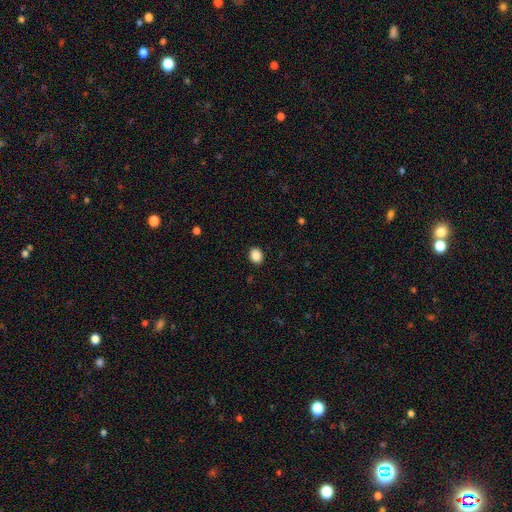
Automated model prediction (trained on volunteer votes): Overall: smooth (88%). How rounded: round (53%; in between 46%). Merging: none (91%).